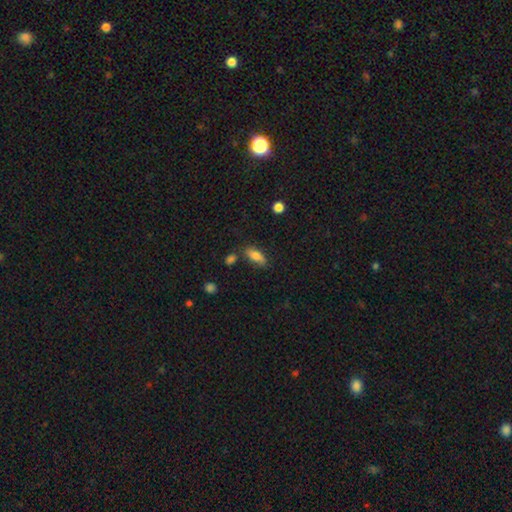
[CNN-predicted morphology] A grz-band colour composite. It shows a smooth galaxy with no disk features (79%) that is in between round and cigar-shaped (80%). Merging: none (69%).